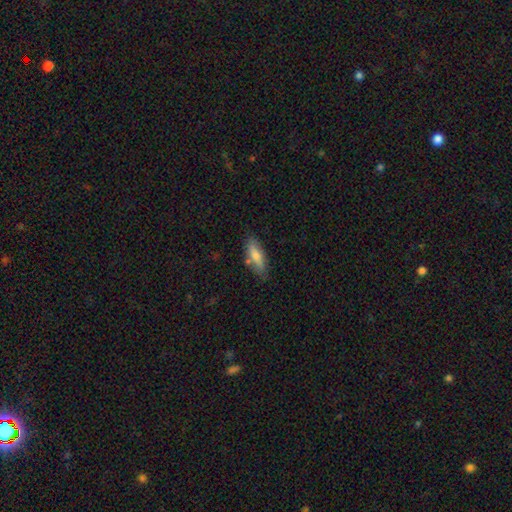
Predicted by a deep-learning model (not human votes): smooth 67%, featured or disk 26%, star or artifact 6%. Down the decision tree: how rounded — in between (53%); merging — none (76%).